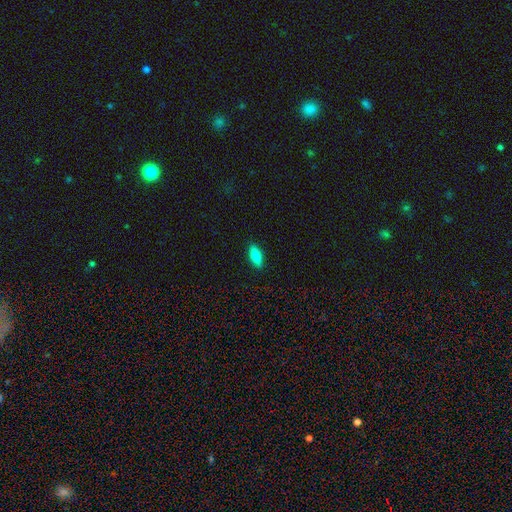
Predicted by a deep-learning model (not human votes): smooth_or_featured: smooth (p=0.81) [alt: featured or disk p=0.13]
how_rounded: in between (p=0.75) [alt: cigar-shaped p=0.23]
merging: none (p=0.89) [alt: minor disturbance p=0.08]